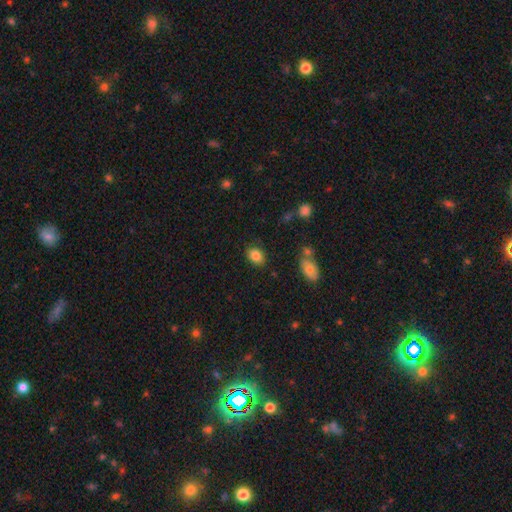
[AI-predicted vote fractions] Smooth or featured? smooth (84%)
How rounded? in between (75%)
Merging? none (83%)